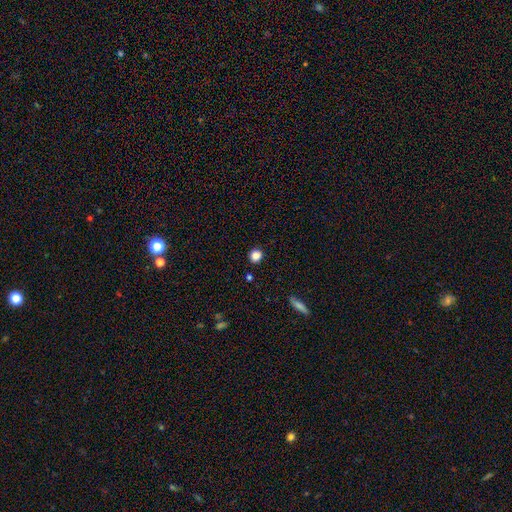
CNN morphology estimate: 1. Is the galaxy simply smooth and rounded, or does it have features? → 85% smooth, 11% star or artifact, 4% featured or disk.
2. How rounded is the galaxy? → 88% round, 11% in between, 1% cigar-shaped.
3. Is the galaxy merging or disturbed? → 90% none, 6% minor disturbance, 2% major disturbance, 2% merger.